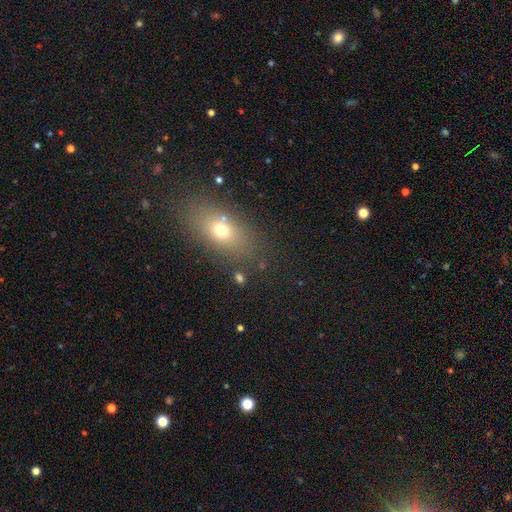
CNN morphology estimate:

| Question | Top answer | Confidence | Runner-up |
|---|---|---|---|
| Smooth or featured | smooth | 64% | star or artifact (22%) |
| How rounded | in between | 75% | round (18%) |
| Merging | none | 85% | minor disturbance (9%) |